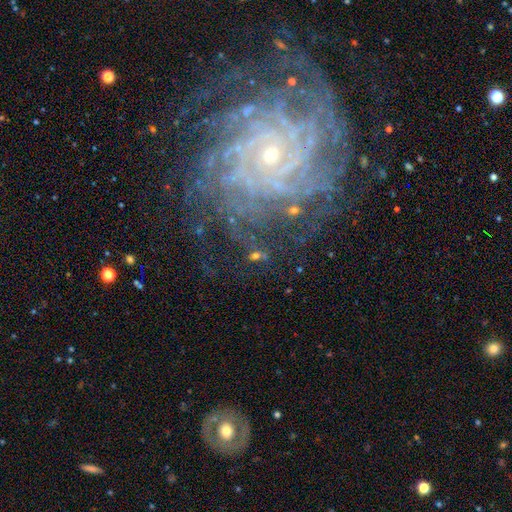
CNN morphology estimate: Smooth or featured? Predicted: featured or disk (p=0.48). Merging? Predicted: none (p=0.63).